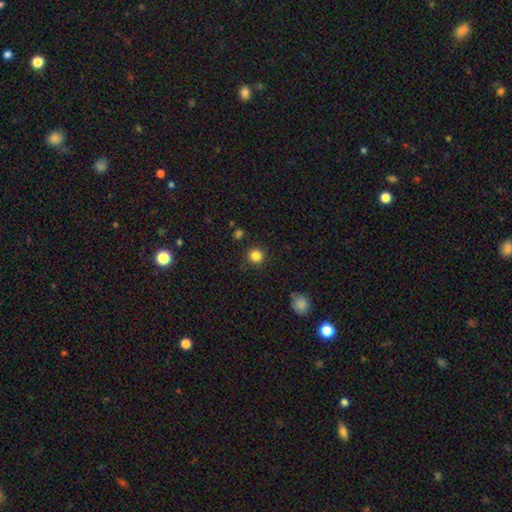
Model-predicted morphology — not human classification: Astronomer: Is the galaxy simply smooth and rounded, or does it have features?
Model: smooth — 84%.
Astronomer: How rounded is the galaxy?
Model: round — 94%.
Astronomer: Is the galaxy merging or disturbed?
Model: none — 90%.